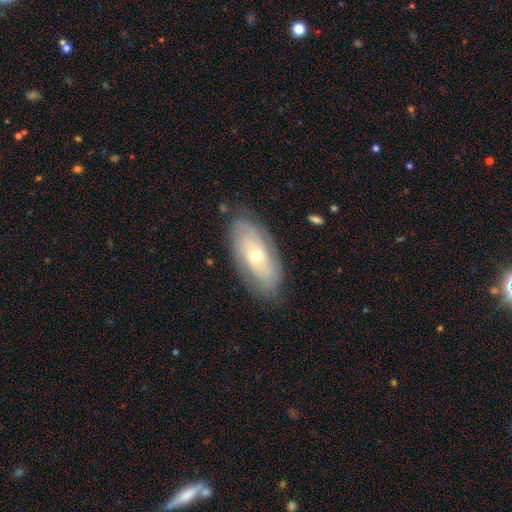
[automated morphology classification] featured or disk 58%, smooth 35%, star or artifact 7%. Down the decision tree: edge-on disk — no (86%); bar — no (81%); spiral arms — yes (61%); bulge size — moderate (54%); merging — none (79%).